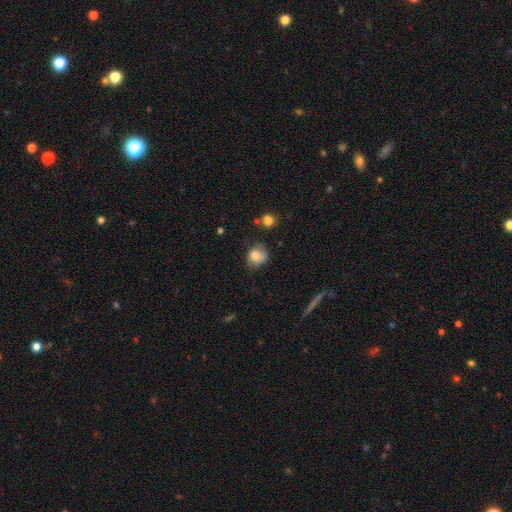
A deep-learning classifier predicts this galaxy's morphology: Smooth or featured? Predicted: smooth (p=0.79). How rounded? Predicted: round (p=0.68). Merging? Predicted: none (p=0.58).